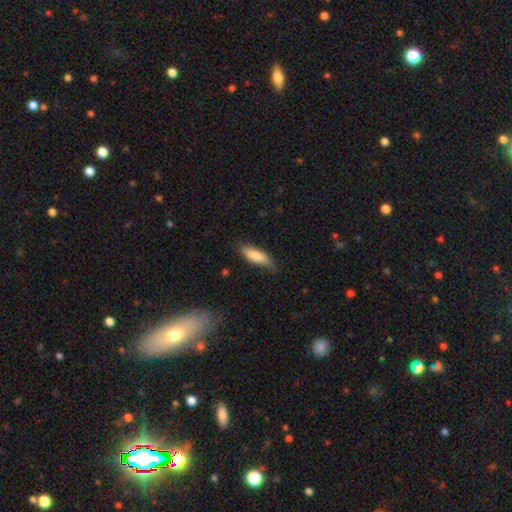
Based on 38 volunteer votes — smooth-or-featured: smooth: 76% | featured or disk: 18% | star or artifact: 5%
  how-rounded: in between: 59% | cigar-shaped: 41% | round: 0%
  merging: none: 69% | minor disturbance: 28% | major disturbance: 3% | merger: 0%